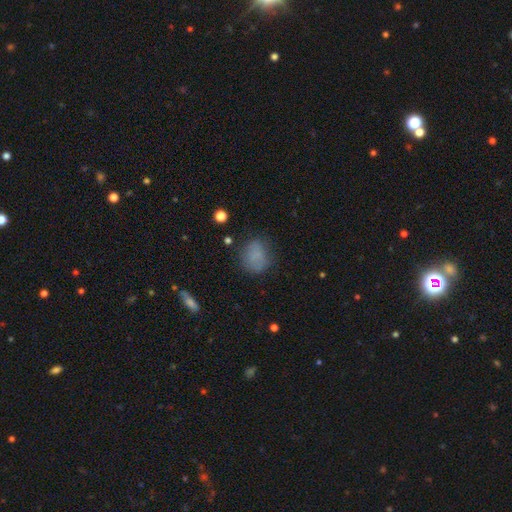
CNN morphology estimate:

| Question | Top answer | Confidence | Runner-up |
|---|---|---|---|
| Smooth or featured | smooth | 78% | star or artifact (12%) |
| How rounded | round | 64% | in between (34%) |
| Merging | none | 70% | minor disturbance (20%) |